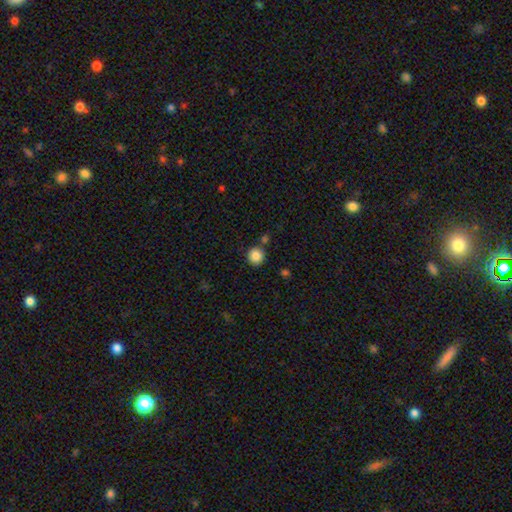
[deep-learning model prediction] The model was most divided on "merging": none: 83%, minor disturbance: 8%, merger: 7%, major disturbance: 2%. More confident: how rounded — round (93%); smooth or featured — smooth (86%).